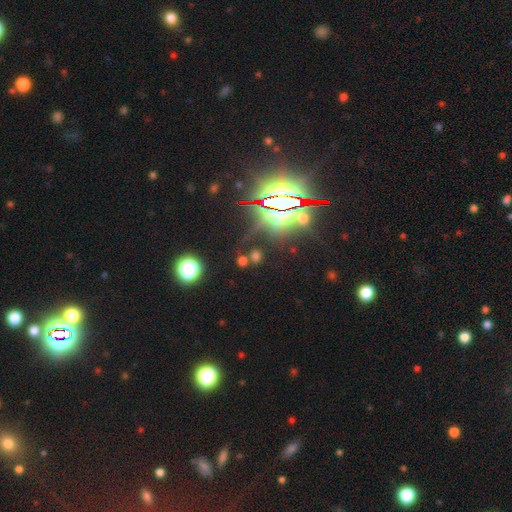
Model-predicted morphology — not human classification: A star or artifact, not a galaxy (51%).